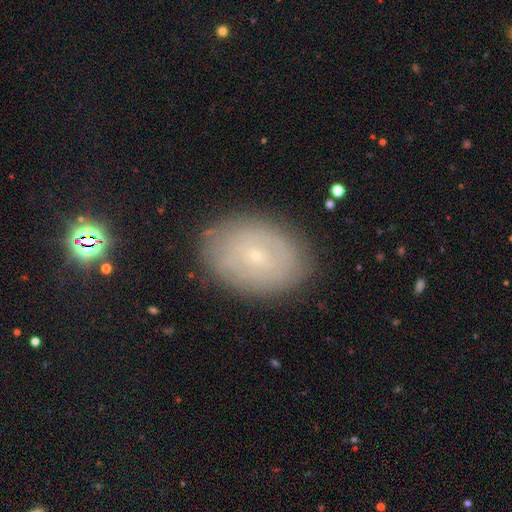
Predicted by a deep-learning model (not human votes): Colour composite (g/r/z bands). It shows a featured or disk galaxy (51%). Merging: none (85%).